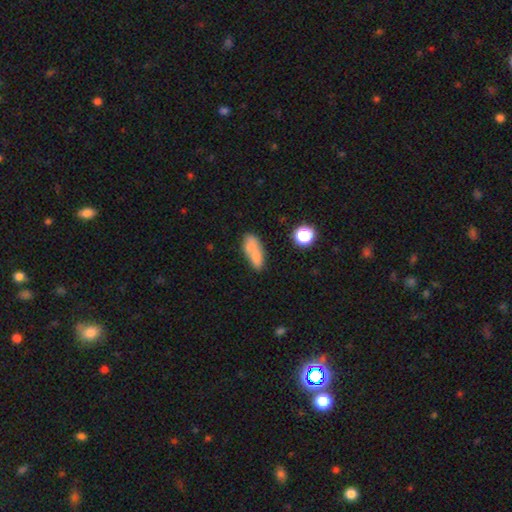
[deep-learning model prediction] A smooth galaxy with no disk features (68%) that is in between round and cigar-shaped (74%). Merging: none (40%).